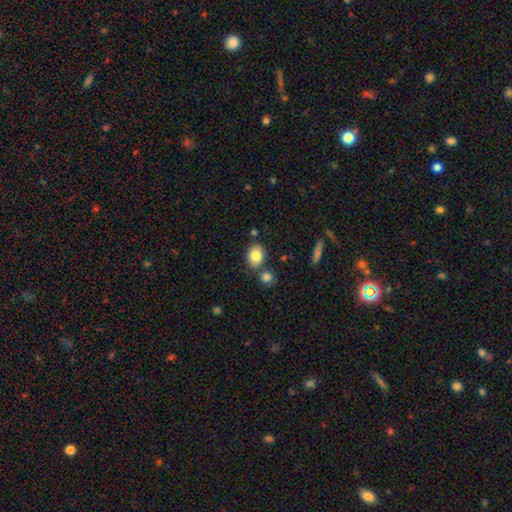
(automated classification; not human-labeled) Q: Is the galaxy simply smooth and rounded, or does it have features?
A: smooth — 82%.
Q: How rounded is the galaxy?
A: in between — 71%.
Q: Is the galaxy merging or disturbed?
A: none — 72%.